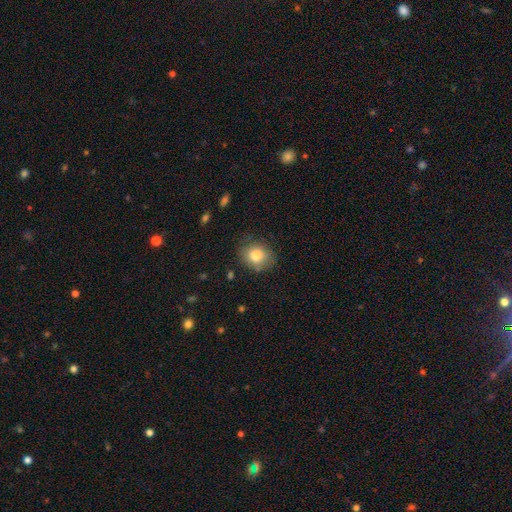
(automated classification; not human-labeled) smooth 81%, featured or disk 10%, star or artifact 9%. Down the decision tree: how rounded — round (56%); merging — none (75%).